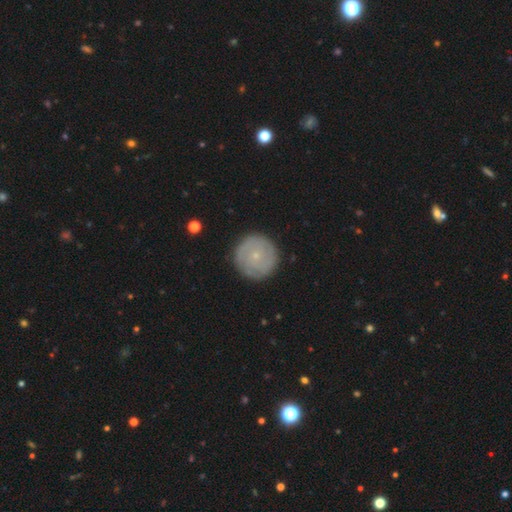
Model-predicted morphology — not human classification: A featured or disk galaxy (51%).

Vote fractions:
- Smooth or featured? featured or disk: 51% / smooth: 42% / star or artifact: 7%
- Edge-on disk? no: 97% / yes: 3%
- Merging? none: 87% / minor disturbance: 9% / major disturbance: 2% / merger: 1%